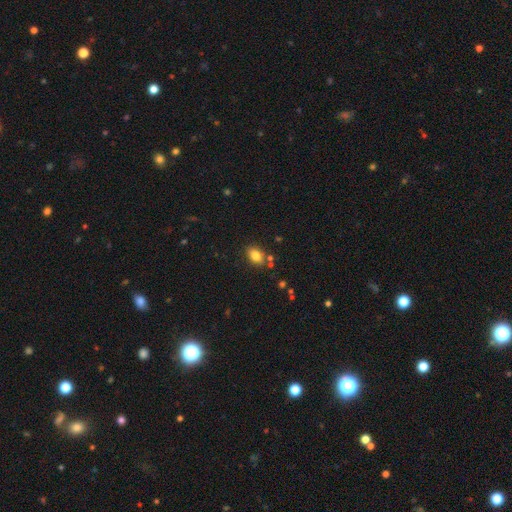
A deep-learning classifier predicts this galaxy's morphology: The model was most divided on "how rounded": in between: 82%, round: 17%, cigar-shaped: 2%. More confident: smooth or featured — smooth (82%); merging — none (78%).